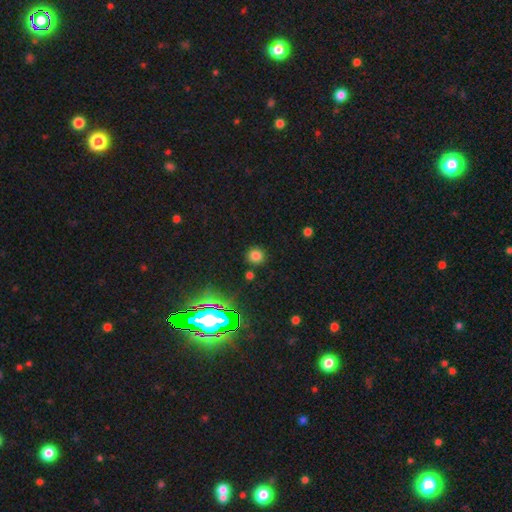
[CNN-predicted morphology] This is likely a smooth galaxy (73%). How rounded: clearly round (92%). Merging: clearly none (87%).